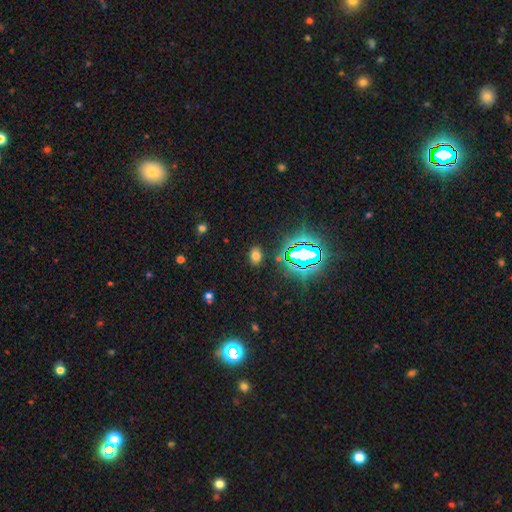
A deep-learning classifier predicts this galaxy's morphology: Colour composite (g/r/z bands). It shows a smooth galaxy with no disk features (63%) that is in between round and cigar-shaped (80%). Merging: none (86%).